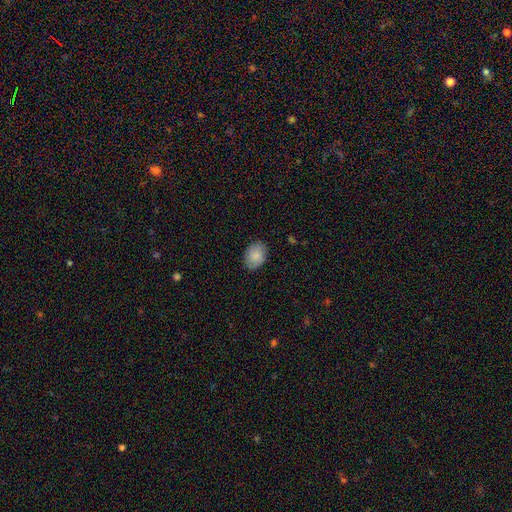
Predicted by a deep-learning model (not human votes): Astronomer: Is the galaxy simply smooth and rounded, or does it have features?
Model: smooth — 85%.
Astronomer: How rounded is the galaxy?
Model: in between — 73%.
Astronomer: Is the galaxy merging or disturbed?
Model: none — 86%.